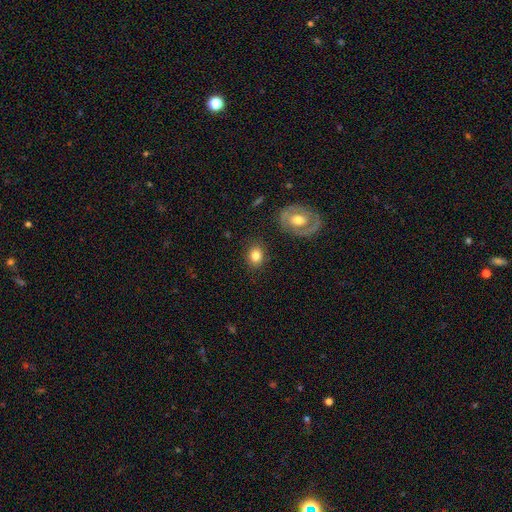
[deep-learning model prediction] A smooth galaxy with no disk features (80%) that is round (50%). Merging: none (85%).